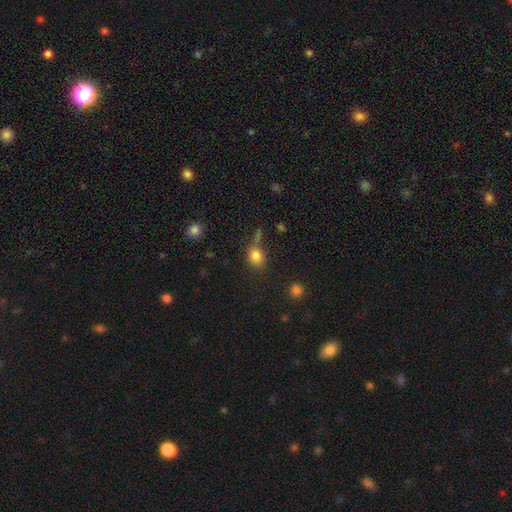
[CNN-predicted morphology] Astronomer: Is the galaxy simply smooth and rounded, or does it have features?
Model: smooth — 81%.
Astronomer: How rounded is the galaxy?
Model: round — 62%.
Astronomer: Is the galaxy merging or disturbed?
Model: none — 65%.